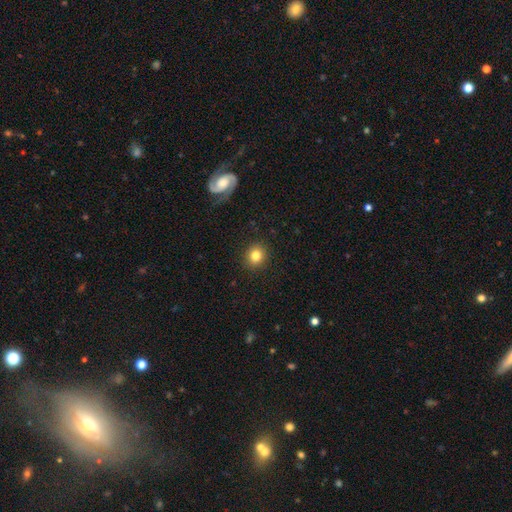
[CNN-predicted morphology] Overall: smooth (82%). How rounded: round (85%). Merging: none (91%).